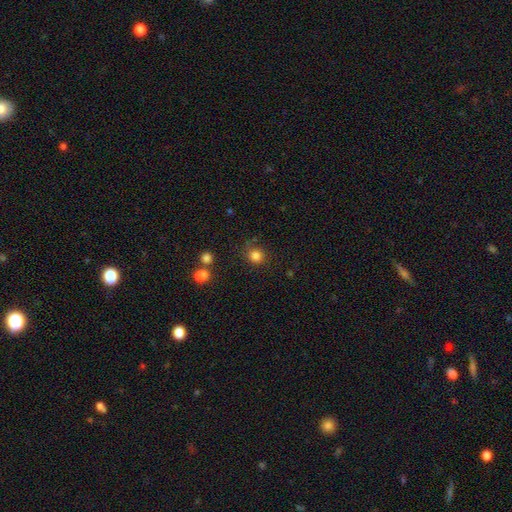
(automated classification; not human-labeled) The model was most divided on "merging": none: 76%, minor disturbance: 14%, major disturbance: 5%, merger: 5%. More confident: how rounded — round (86%); smooth or featured — smooth (83%).